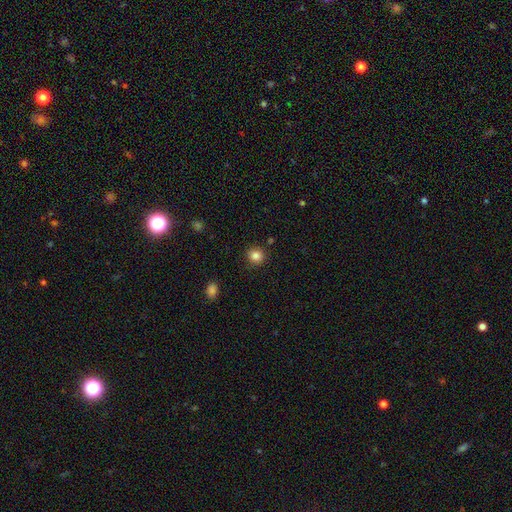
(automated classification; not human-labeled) Overall: smooth (84%). How rounded: round (89%). Merging: none (89%).